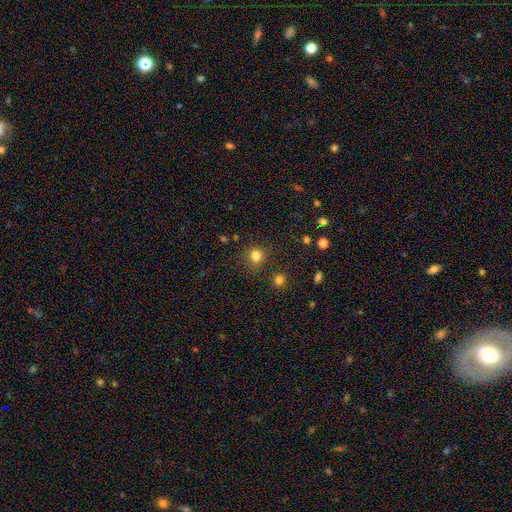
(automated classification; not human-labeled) Overall: smooth (79%). How rounded: round (84%). Merging: none (73%).